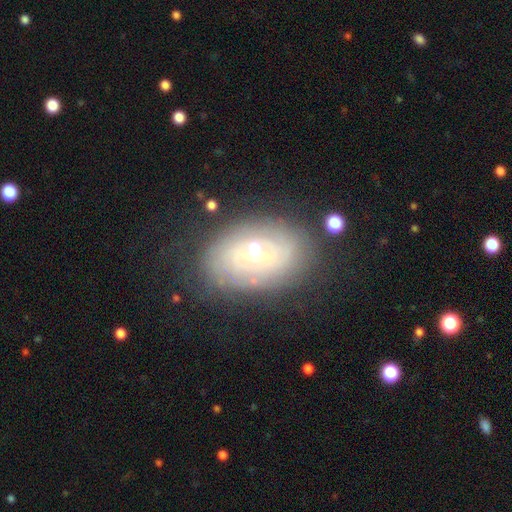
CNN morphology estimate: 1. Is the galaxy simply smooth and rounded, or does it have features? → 54% featured or disk, 33% smooth, 13% star or artifact.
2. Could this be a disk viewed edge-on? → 94% no, 6% yes.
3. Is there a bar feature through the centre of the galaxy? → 75% no, 20% weak, 5% strong.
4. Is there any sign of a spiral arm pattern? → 51% no, 49% yes.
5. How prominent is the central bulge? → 68% small, 25% moderate, 3% none, 3% large, 1% dominant.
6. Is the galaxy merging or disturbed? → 69% none, 18% minor disturbance, 8% major disturbance, 5% merger.